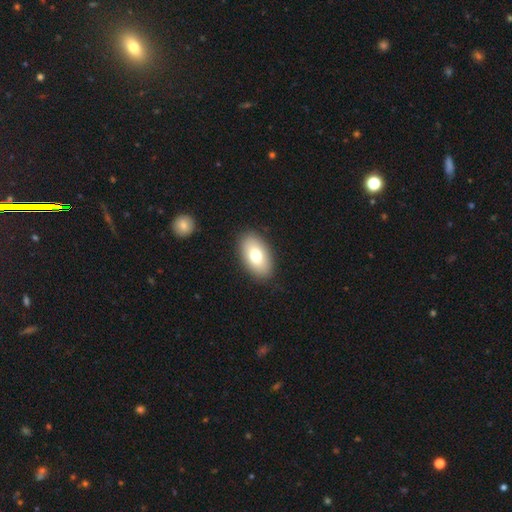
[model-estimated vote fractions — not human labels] The model was most divided on "smooth or featured": smooth: 75%, featured or disk: 18%, star or artifact: 7%. More confident: how rounded — in between (93%); merging — none (89%).